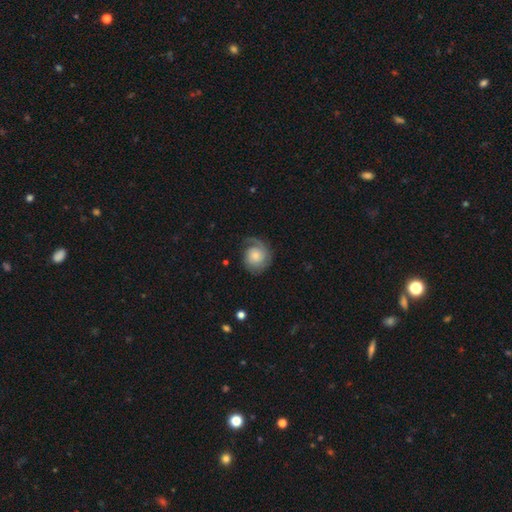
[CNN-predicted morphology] featured or disk 58%, smooth 35%, star or artifact 7%. Down the decision tree: edge-on disk — no (97%); bar — no (77%); spiral arms — yes (90%); spiral arm count — 1 (55%); spiral winding — tight (47%); bulge size — moderate (37%); merging — none (62%).